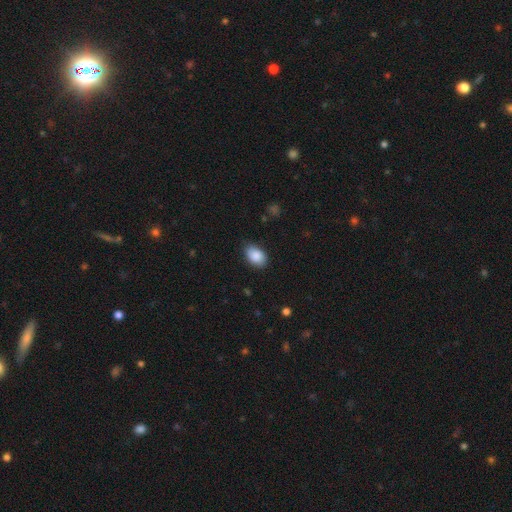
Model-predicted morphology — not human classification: The model was most divided on "merging": none: 79%, minor disturbance: 17%, major disturbance: 3%, merger: 1%. More confident: smooth or featured — smooth (88%); how rounded — in between (87%).